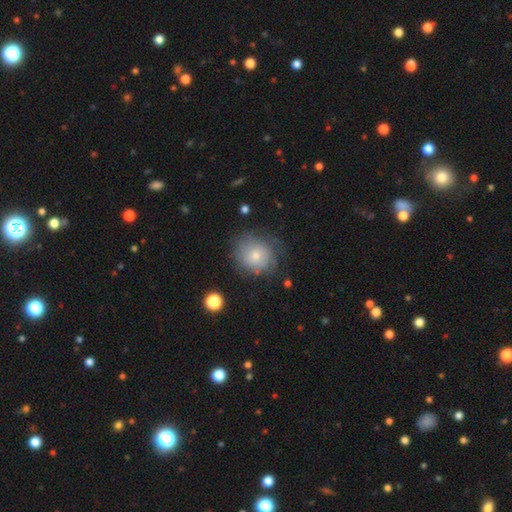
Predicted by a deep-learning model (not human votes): Smooth or featured? Predicted: smooth (p=0.61). How rounded? Predicted: round (p=0.79). Merging? Predicted: none (p=0.60).